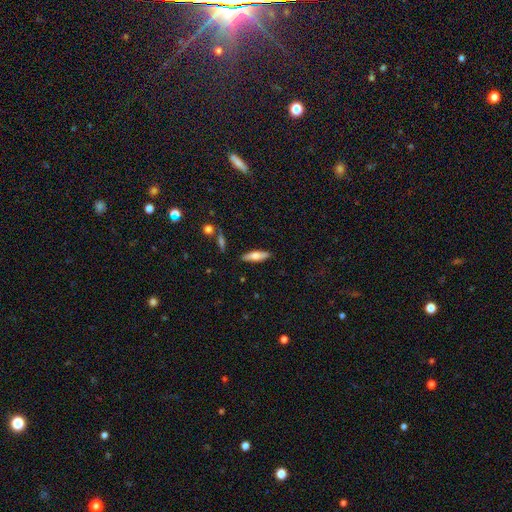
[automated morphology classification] smooth-or-featured: smooth: 64% | featured or disk: 30% | star or artifact: 6%
  how-rounded: cigar-shaped: 61% | in between: 37% | round: 2%
  merging: none: 87% | minor disturbance: 9% | major disturbance: 2% | merger: 2%